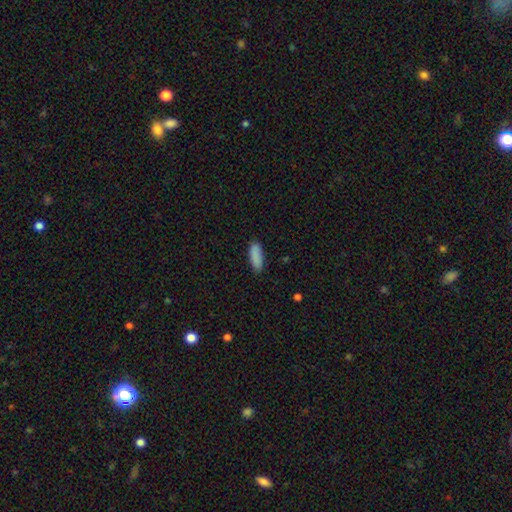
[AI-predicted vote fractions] This appears to be a smooth galaxy with no disk features (89%) that is in between round and cigar-shaped (66%). Merging: none (86%).